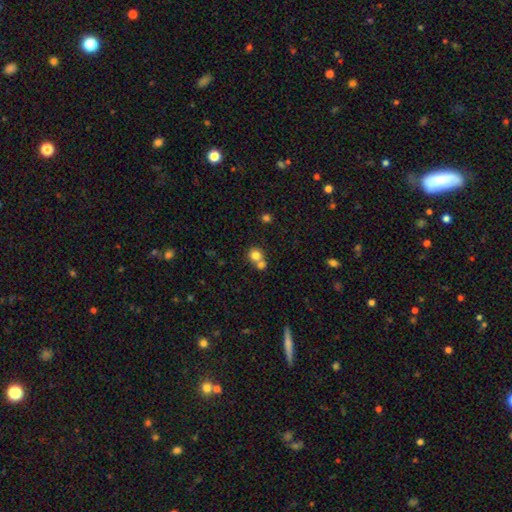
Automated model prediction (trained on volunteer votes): Smooth or featured: smooth — 77% (featured or disk — 11%)
How rounded: round — 84% (in between — 15%)
Merging: merger — 54% (none — 38%)